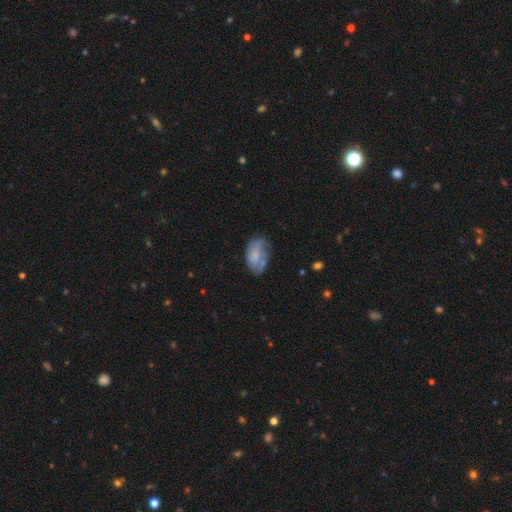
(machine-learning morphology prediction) smooth_or_featured: smooth (p=0.53) [alt: featured or disk p=0.39]
how_rounded: in between (p=0.91) [alt: round p=0.07]
merging: none (p=0.49) [alt: minor disturbance p=0.29]